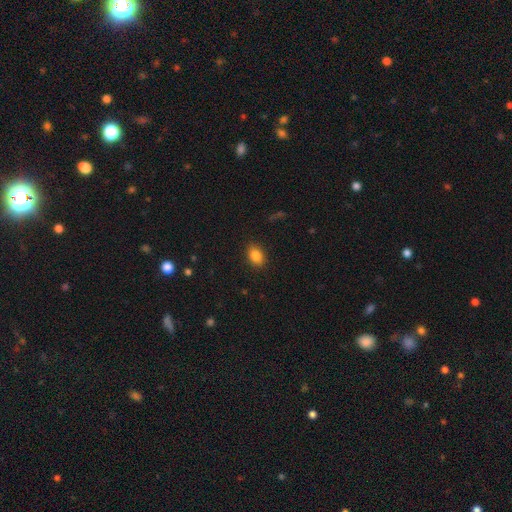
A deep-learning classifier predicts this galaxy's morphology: Q: Smooth or featured?
A: smooth (85%); runner-up: star or artifact (9%)
Q: How rounded?
A: in between (79%); runner-up: round (19%)
Q: Merging?
A: none (88%); runner-up: minor disturbance (9%)